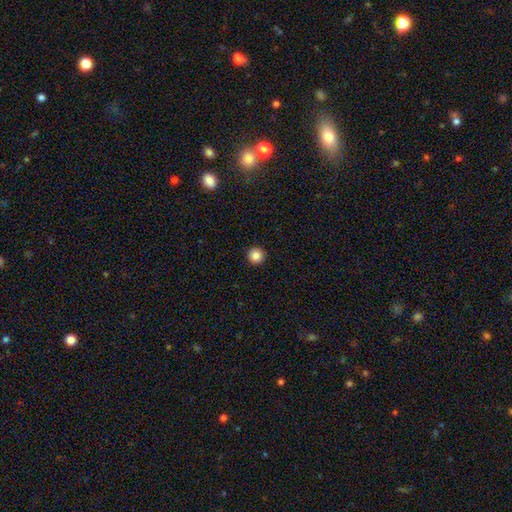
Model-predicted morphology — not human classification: Smooth or featured: smooth — 86% (star or artifact — 10%)
How rounded: round — 96% (in between — 3%)
Merging: none — 94% (minor disturbance — 4%)